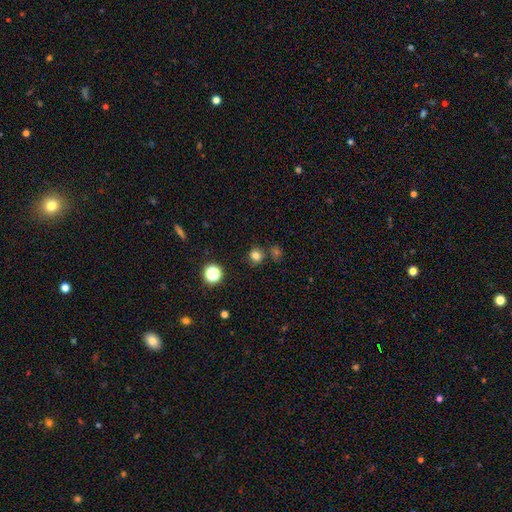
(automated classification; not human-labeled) smooth_or_featured: smooth (p=0.76) [alt: star or artifact p=0.18]
how_rounded: round (p=0.84) [alt: in between p=0.15]
merging: none (p=0.75) [alt: merger p=0.11]